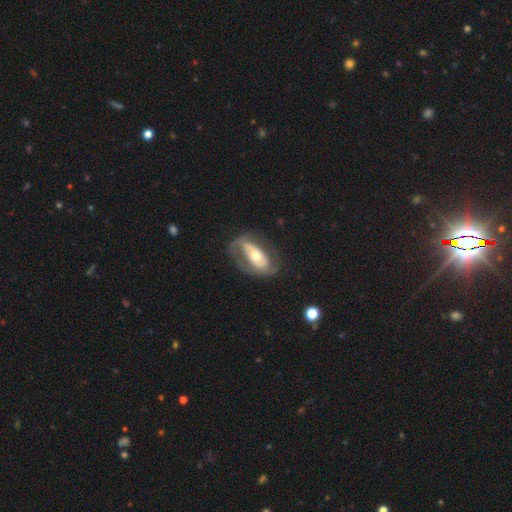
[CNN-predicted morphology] Smooth or featured? Predicted: featured or disk (p=0.76). Edge-on disk? Predicted: no (p=0.93). Bar? Predicted: no (p=0.44). Spiral arms? Predicted: yes (p=0.78). Spiral winding? Predicted: medium (p=0.42). Spiral arm count? Predicted: 2 (p=0.73). Bulge size? Predicted: moderate (p=0.66). Merging? Predicted: none (p=0.61).